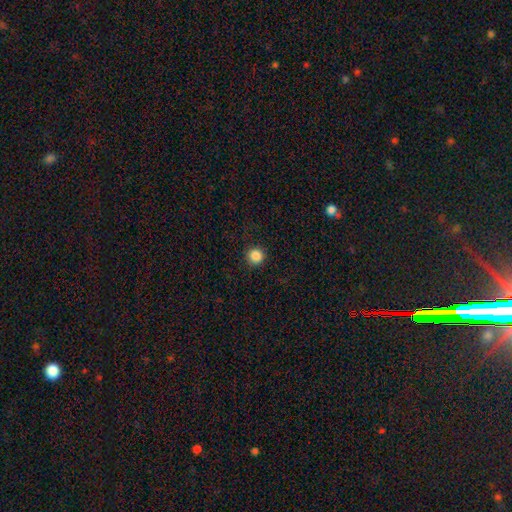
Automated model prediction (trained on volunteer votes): Smooth or featured?
  - smooth: 86% *
  - star or artifact: 11%
  - featured or disk: 3%
How rounded?
  - round: 95% *
  - in between: 4%
  - cigar-shaped: 1%
Merging?
  - none: 91% *
  - minor disturbance: 6%
  - major disturbance: 2%
  - merger: 1%